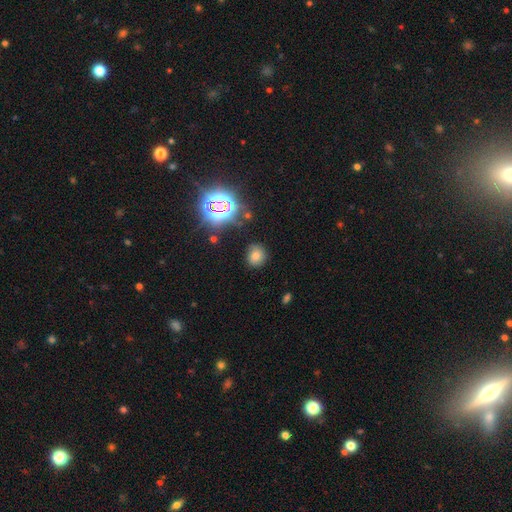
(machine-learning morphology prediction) The model was most divided on "smooth or featured": smooth: 64%, star or artifact: 27%, featured or disk: 9%. More confident: merging — none (82%); how rounded — round (70%).